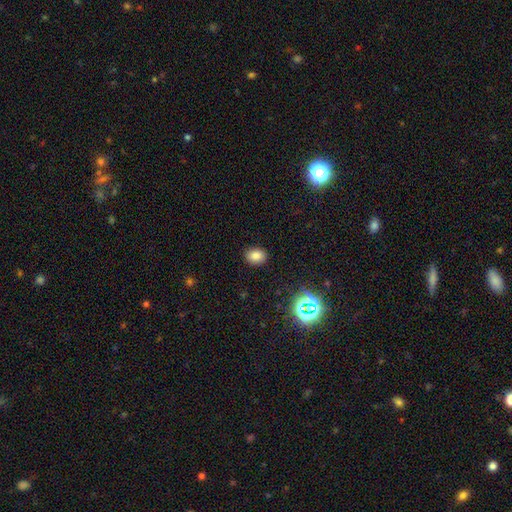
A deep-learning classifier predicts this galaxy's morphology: Smooth or featured? Predicted: smooth (p=0.81). How rounded? Predicted: in between (p=0.61). Merging? Predicted: none (p=0.88).